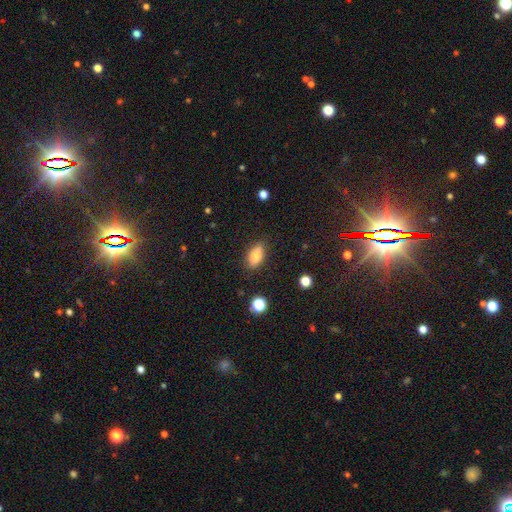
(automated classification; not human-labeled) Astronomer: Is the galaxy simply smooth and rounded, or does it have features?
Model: smooth — 77%.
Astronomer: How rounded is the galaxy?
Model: in between — 86%.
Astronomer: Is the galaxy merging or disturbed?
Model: none — 83%.